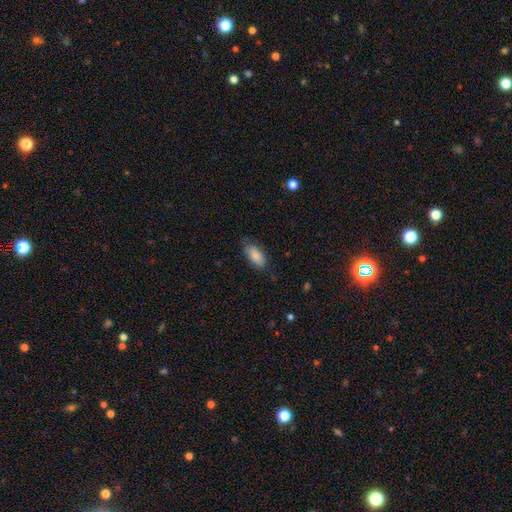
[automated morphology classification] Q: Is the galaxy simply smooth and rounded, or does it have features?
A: smooth — 86%.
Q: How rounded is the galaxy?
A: in between — 90%.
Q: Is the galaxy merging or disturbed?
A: none — 73%.